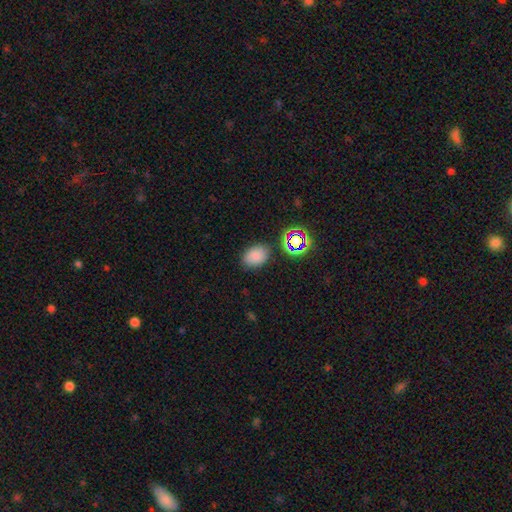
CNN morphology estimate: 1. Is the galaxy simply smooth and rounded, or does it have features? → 78% smooth, 16% star or artifact, 6% featured or disk.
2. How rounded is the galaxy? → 78% in between, 21% round, 1% cigar-shaped.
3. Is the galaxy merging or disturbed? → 81% none, 12% minor disturbance, 3% major disturbance, 3% merger.